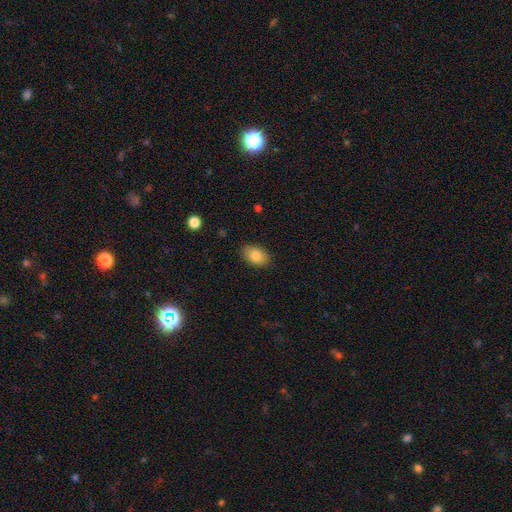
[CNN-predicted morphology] Q: Smooth or featured?
A: smooth (84%); runner-up: featured or disk (9%)
Q: How rounded?
A: in between (87%); runner-up: round (11%)
Q: Merging?
A: none (87%); runner-up: minor disturbance (10%)